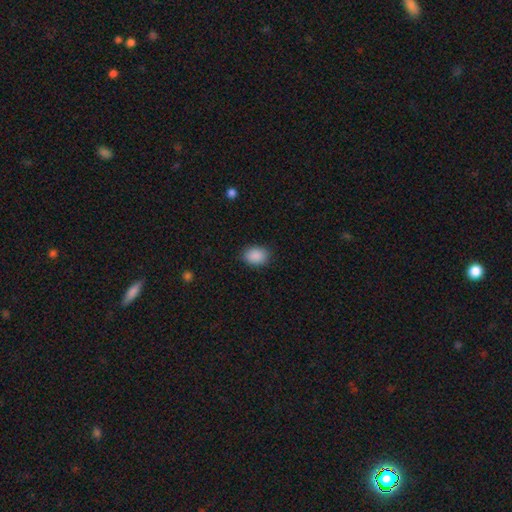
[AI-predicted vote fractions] smooth_or_featured: smooth (p=0.89) [alt: star or artifact p=0.08]
how_rounded: in between (p=0.64) [alt: round p=0.36]
merging: none (p=0.85) [alt: minor disturbance p=0.11]